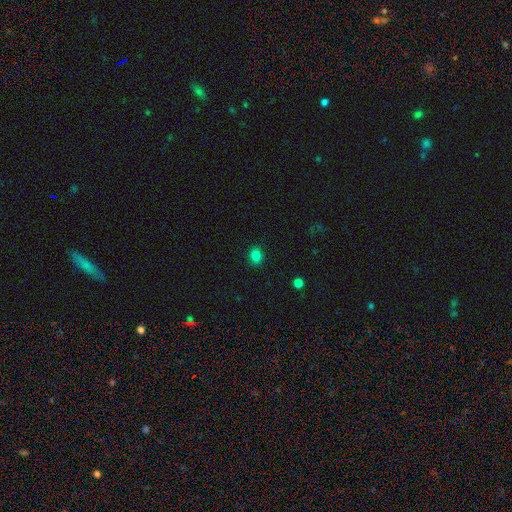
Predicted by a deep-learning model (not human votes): Overall: smooth (82%). How rounded: round (51%; in between 48%). Merging: none (89%).